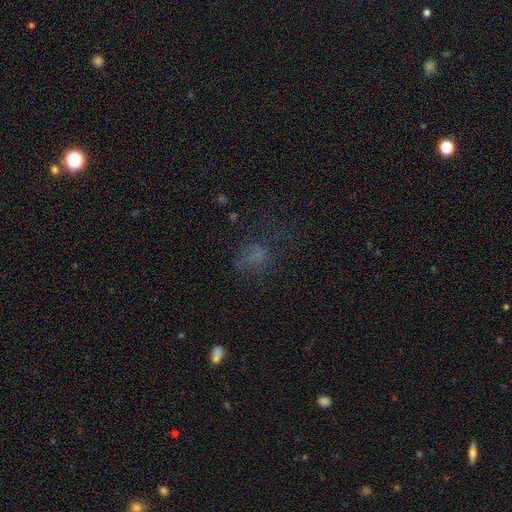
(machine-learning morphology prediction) This is possibly a smooth galaxy (51%). How rounded: possibly in between (59%). Merging: possibly none (47%).